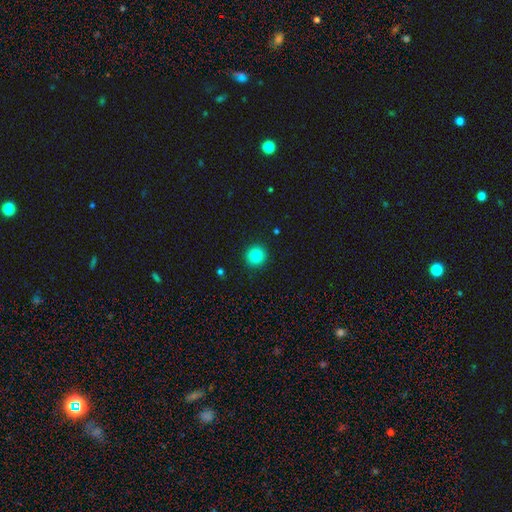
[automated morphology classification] type=smooth (83%); roundness=round (94%); merging=none (92%).